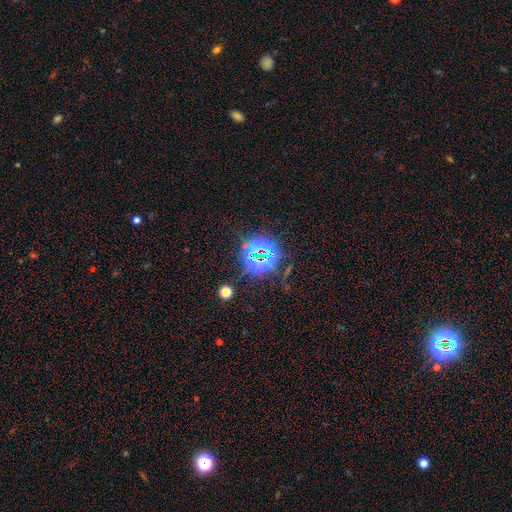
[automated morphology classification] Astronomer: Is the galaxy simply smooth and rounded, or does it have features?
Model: star or artifact — 78%.